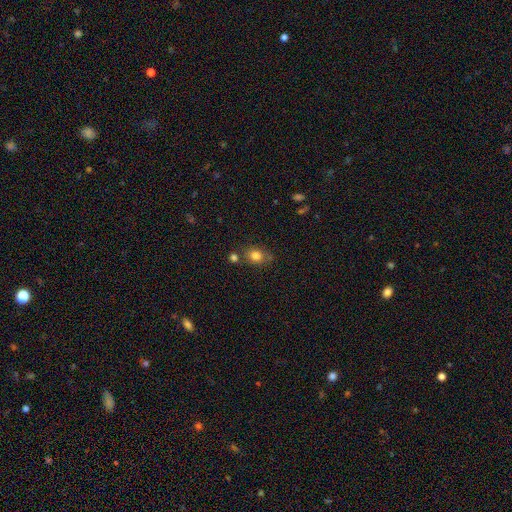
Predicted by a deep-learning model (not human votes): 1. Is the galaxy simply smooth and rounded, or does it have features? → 82% smooth, 11% star or artifact, 7% featured or disk.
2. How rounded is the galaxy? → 51% round, 48% in between, 1% cigar-shaped.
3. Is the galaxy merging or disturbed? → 68% none, 16% minor disturbance, 12% merger, 4% major disturbance.